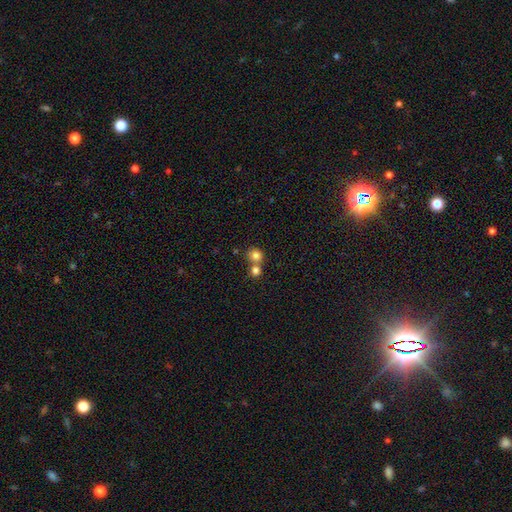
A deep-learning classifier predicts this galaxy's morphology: Smooth or featured? smooth (81%)
How rounded? round (87%)
Merging? none (50%)